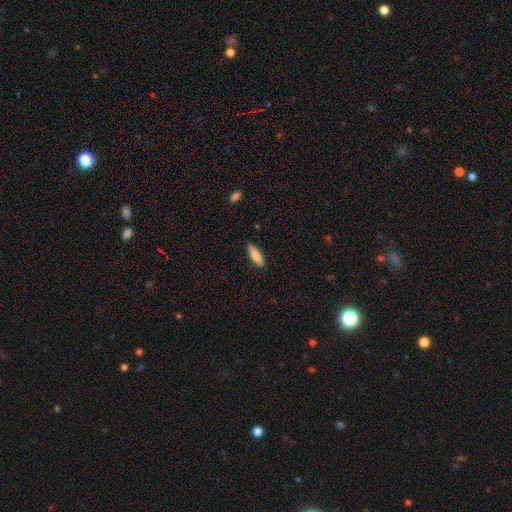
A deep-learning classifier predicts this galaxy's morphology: Q: Smooth or featured?
A: smooth (84%); runner-up: featured or disk (10%)
Q: How rounded?
A: in between (59%); runner-up: cigar-shaped (40%)
Q: Merging?
A: none (83%); runner-up: minor disturbance (13%)